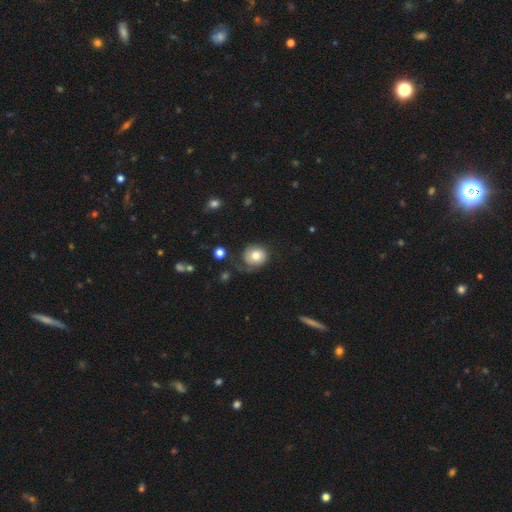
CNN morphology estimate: A smooth galaxy with no disk features (65%) that is round (79%). Merging: none (50%).